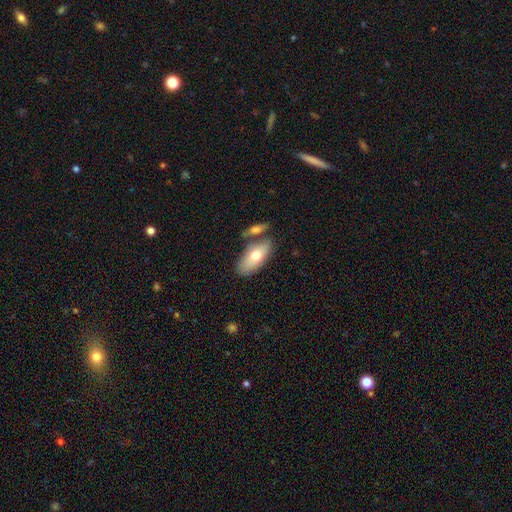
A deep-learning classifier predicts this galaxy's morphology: Smooth or featured? Predicted: smooth (p=0.69). How rounded? Predicted: in between (p=0.87). Merging? Predicted: none (p=0.64).